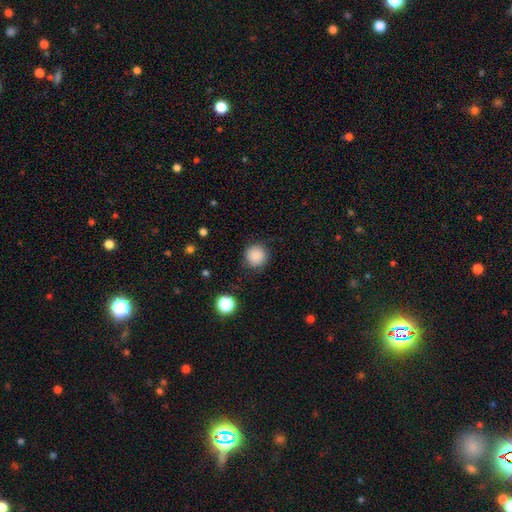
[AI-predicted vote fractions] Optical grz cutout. It shows a smooth galaxy with no disk features (87%) that is round (94%). Merging: none (87%).